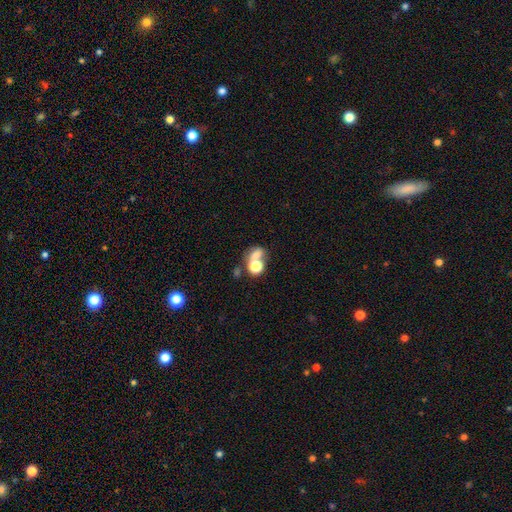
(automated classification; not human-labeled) The model was most divided on "how rounded": round: 52%, in between: 47%, cigar-shaped: 1%. More confident: smooth or featured — smooth (66%); merging — merger (53%).